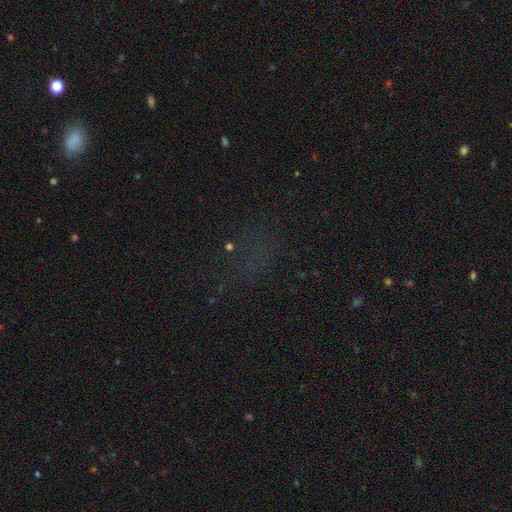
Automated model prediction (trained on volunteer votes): smooth-or-featured: star or artifact: 58% | smooth: 29% | featured or disk: 14%